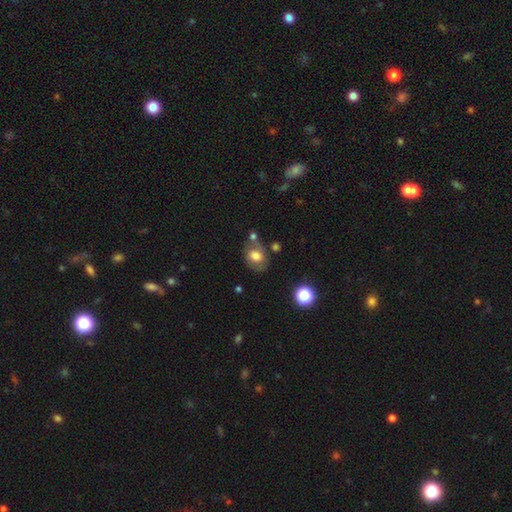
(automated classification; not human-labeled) Smooth or featured: smooth — 66% (featured or disk — 24%)
How rounded: in between — 56% (round — 43%)
Merging: none — 53% (minor disturbance — 21%)